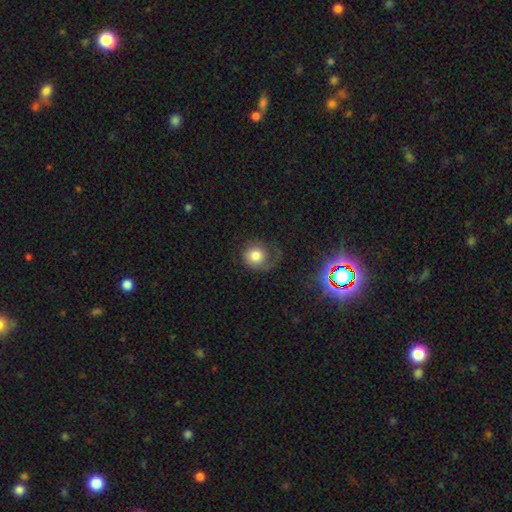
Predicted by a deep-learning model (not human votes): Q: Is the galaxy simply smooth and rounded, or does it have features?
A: smooth — 64%.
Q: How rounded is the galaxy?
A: round — 81%.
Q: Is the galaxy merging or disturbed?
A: none — 44%.